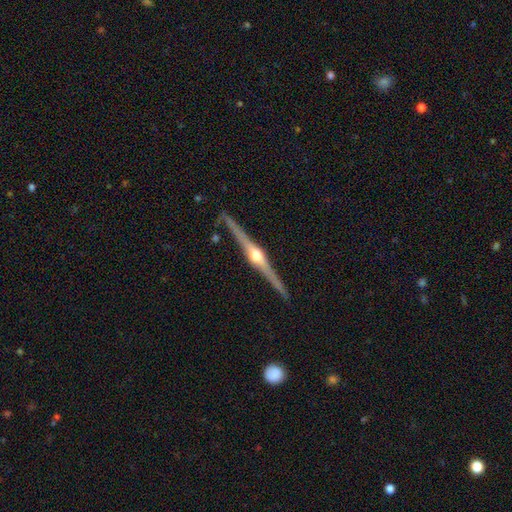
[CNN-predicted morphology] This is clearly a featured or disk galaxy (88%). It is clearly viewed edge-on (98%). Edge-on bulge: clearly rounded (95%). Merging: clearly none (88%).